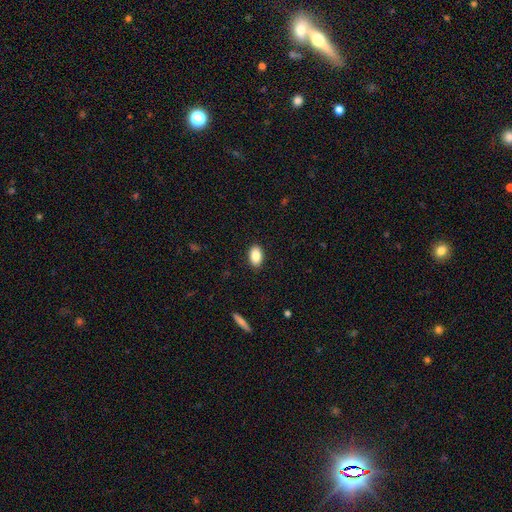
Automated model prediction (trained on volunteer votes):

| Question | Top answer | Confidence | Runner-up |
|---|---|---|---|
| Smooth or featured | smooth | 86% | star or artifact (7%) |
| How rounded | in between | 91% | round (8%) |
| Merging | none | 89% | minor disturbance (8%) |